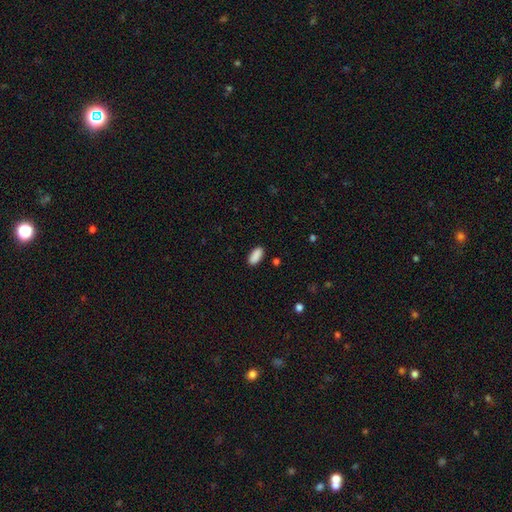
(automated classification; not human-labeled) smooth_or_featured: smooth (p=0.90) [alt: star or artifact p=0.07]
how_rounded: in between (p=0.87) [alt: cigar-shaped p=0.10]
merging: none (p=0.88) [alt: minor disturbance p=0.09]